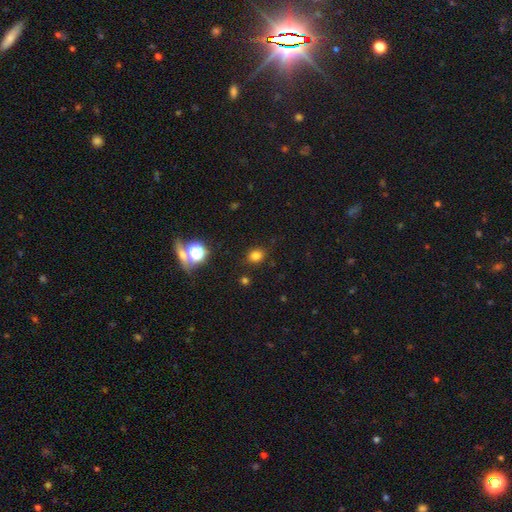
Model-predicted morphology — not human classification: Smooth or featured?
  - smooth: 78% *
  - star or artifact: 17%
  - featured or disk: 6%
How rounded?
  - round: 61% *
  - in between: 38%
  - cigar-shaped: 1%
Merging?
  - none: 84% *
  - minor disturbance: 10%
  - major disturbance: 3%
  - merger: 2%